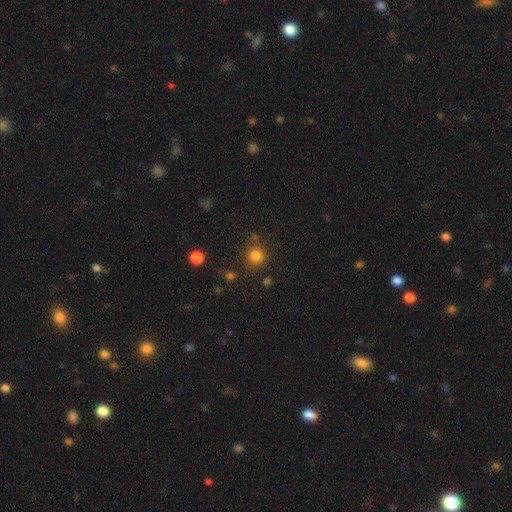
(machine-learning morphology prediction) smooth_or_featured: smooth (p=0.80) [alt: star or artifact p=0.14]
how_rounded: round (p=0.90) [alt: in between p=0.09]
merging: none (p=0.79) [alt: minor disturbance p=0.11]